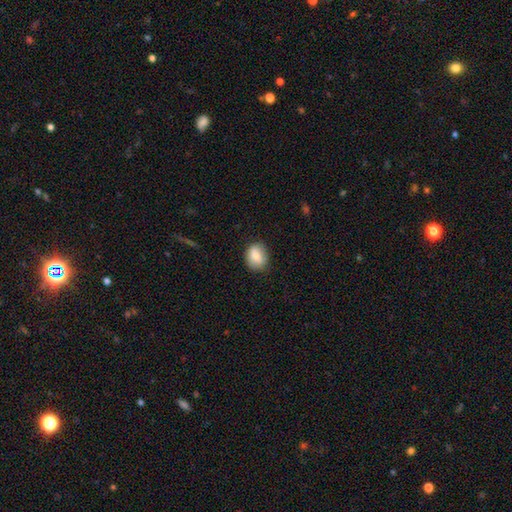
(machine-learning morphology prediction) type=smooth (79%); roundness=in between (59%); merging=none (81%).